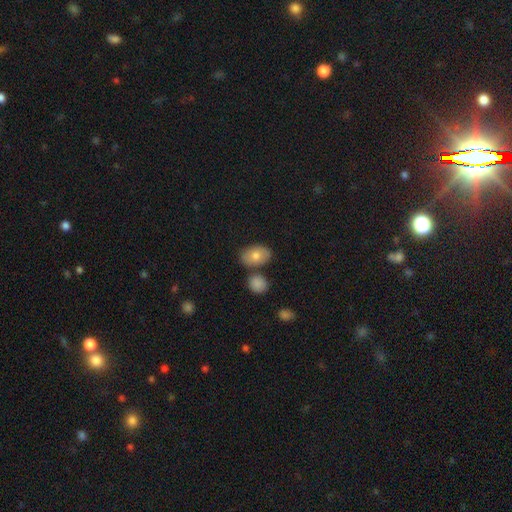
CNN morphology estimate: Smooth or featured? Predicted: smooth (p=0.77). How rounded? Predicted: in between (p=0.83). Merging? Predicted: none (p=0.72).